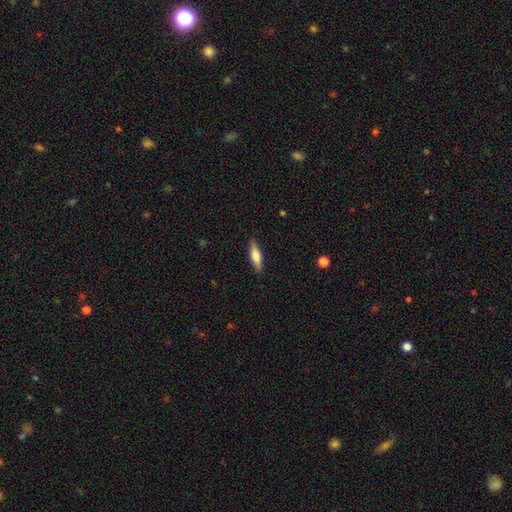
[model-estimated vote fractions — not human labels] Smooth or featured: smooth — 65% (featured or disk — 29%)
How rounded: cigar-shaped — 62% (in between — 36%)
Merging: none — 88% (minor disturbance — 9%)